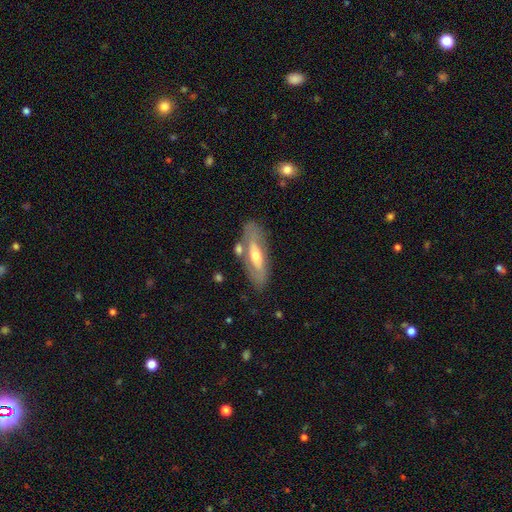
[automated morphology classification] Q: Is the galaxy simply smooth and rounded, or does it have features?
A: featured or disk — 59%.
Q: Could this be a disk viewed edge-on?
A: no — 63%.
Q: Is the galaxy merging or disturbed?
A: none — 69%.